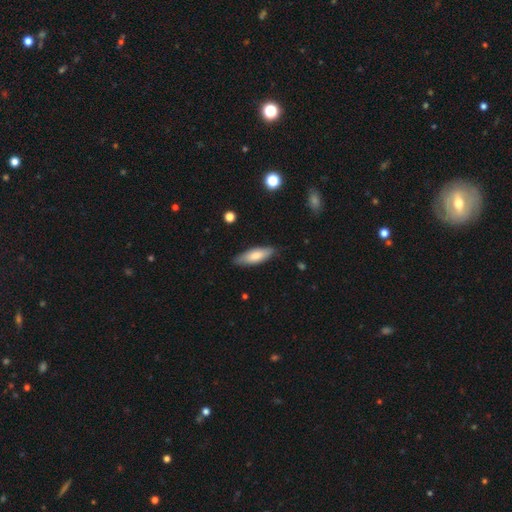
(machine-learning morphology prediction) Smooth or featured? Predicted: smooth (p=0.75). How rounded? Predicted: in between (p=0.59). Merging? Predicted: none (p=0.84).